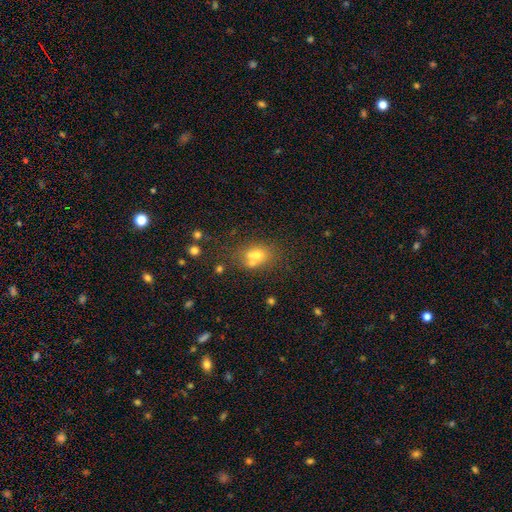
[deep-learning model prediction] Morphology: type=smooth (61%); roundness=round (53%); merging=merger (47%).